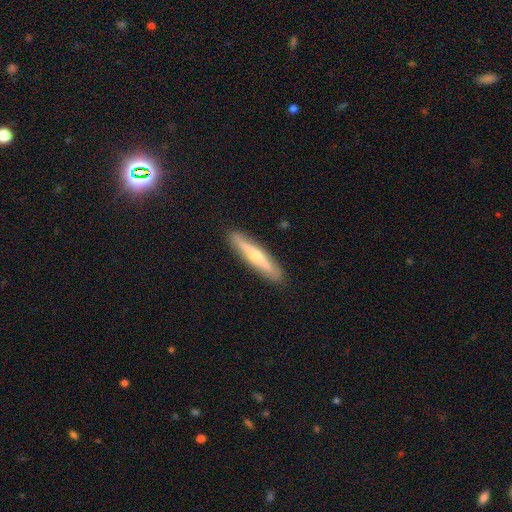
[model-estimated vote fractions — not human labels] Smooth or featured: featured or disk — 53% (smooth — 42%)
Edge-on disk: yes — 86% (no — 14%)
Merging: none — 89% (minor disturbance — 8%)